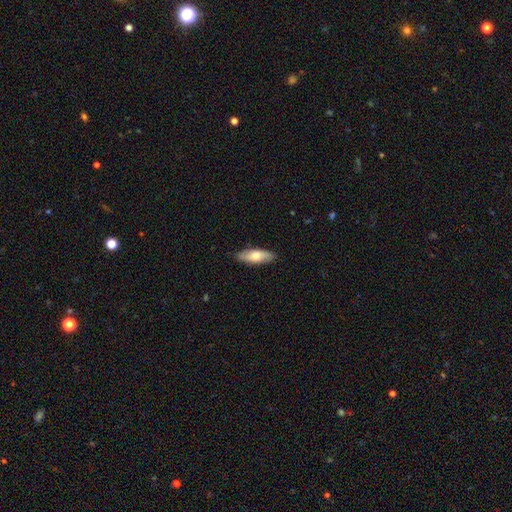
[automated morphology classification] This is likely a smooth galaxy (70%). How rounded: likely in between (65%). Merging: clearly none (87%).